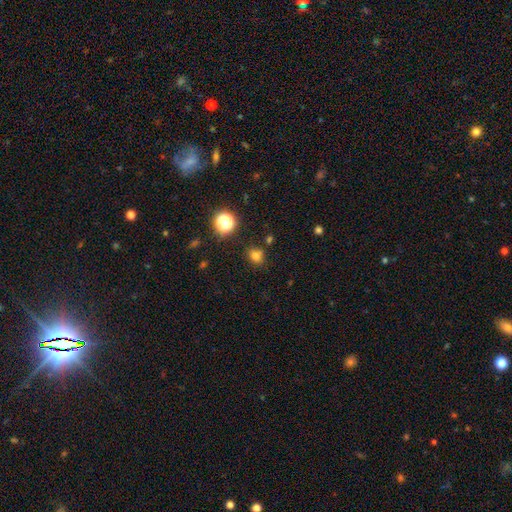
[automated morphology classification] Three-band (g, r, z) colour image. It shows a smooth galaxy with no disk features (73%) that is round (60%). Merging: none (75%).